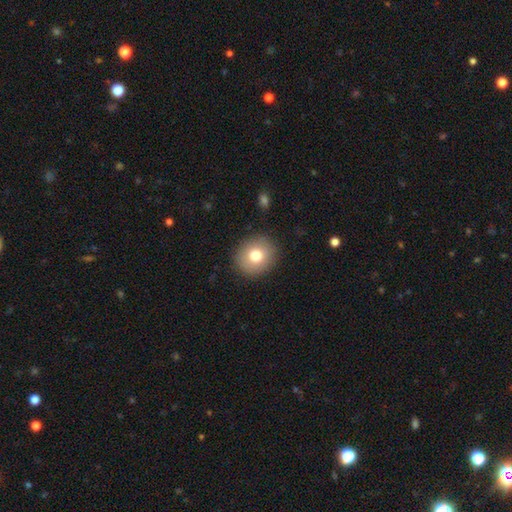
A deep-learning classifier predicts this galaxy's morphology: type=smooth (76%); roundness=round (83%); merging=none (89%).